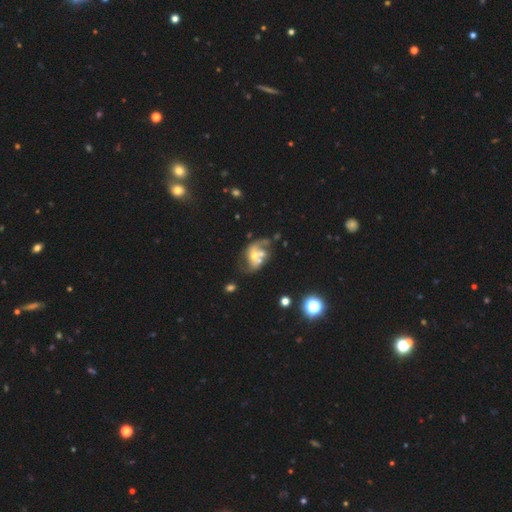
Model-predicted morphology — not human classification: This appears to be a featured or disk galaxy (73%) with no bar (62%), 2 (77%) loose (56%) spiral arms (81%) and a moderate central bulge (52%). Merging: merger (36%).